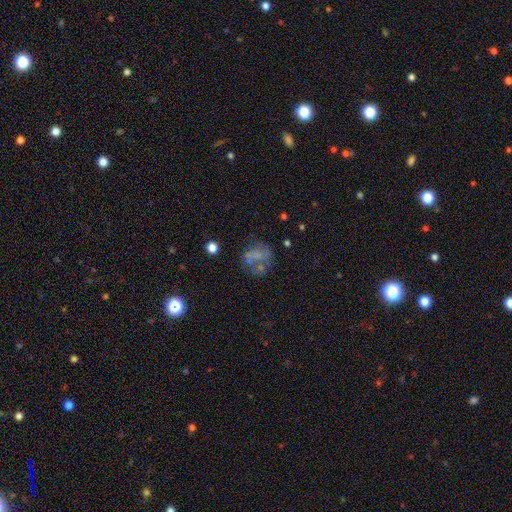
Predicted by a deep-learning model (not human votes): Smooth or featured?
  - featured or disk: 43% *
  - smooth: 41%
  - star or artifact: 16%
Merging?
  - none: 44% *
  - major disturbance: 20%
  - minor disturbance: 19%
  - merger: 17%